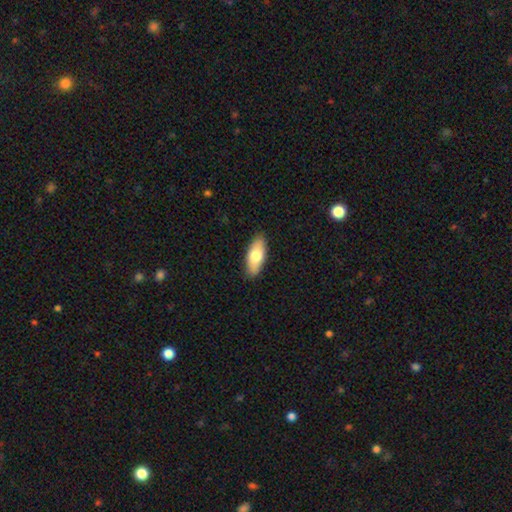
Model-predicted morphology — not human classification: Smooth or featured: smooth — 74% (featured or disk — 20%)
How rounded: in between — 83% (cigar-shaped — 14%)
Merging: none — 88% (minor disturbance — 9%)